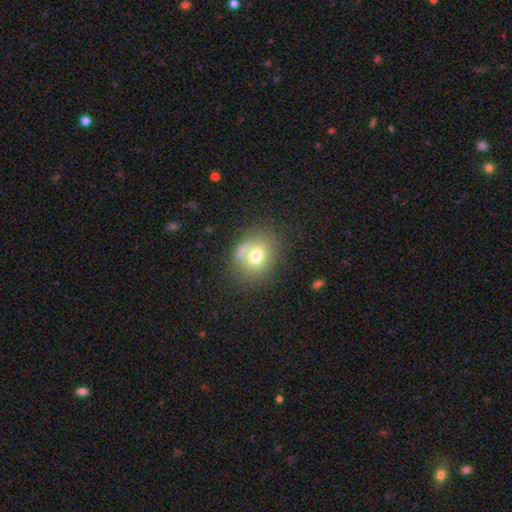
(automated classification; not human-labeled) smooth-or-featured: smooth: 69% | featured or disk: 19% | star or artifact: 12%
  how-rounded: round: 57% | in between: 42% | cigar-shaped: 1%
  merging: none: 59% | minor disturbance: 20% | merger: 12% | major disturbance: 9%